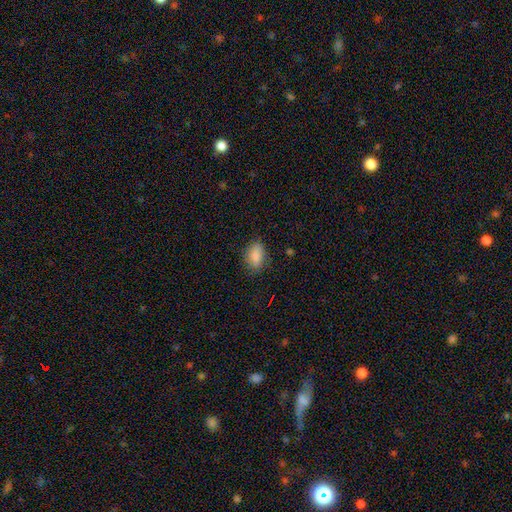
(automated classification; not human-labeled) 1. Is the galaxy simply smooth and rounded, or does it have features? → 87% smooth, 8% star or artifact, 5% featured or disk.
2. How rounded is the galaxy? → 88% in between, 9% round, 3% cigar-shaped.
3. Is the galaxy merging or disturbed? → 79% none, 16% minor disturbance, 4% major disturbance, 1% merger.